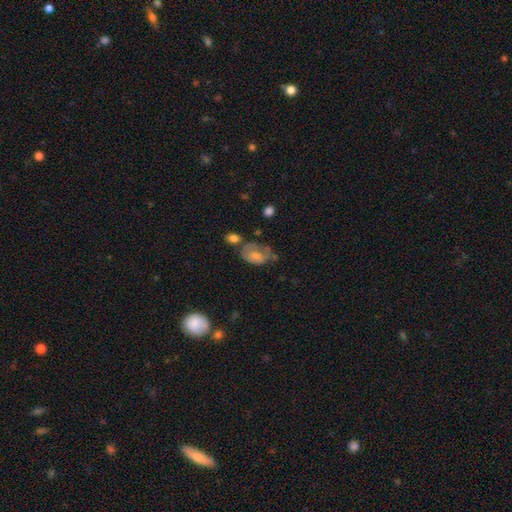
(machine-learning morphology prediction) A smooth galaxy with no disk features (62%) that is in between round and cigar-shaped (80%). Merging: none (31%).